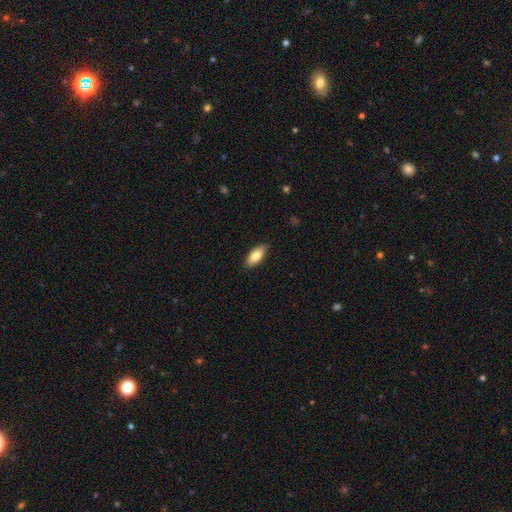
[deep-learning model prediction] Q: Smooth or featured?
A: smooth (78%); runner-up: featured or disk (16%)
Q: How rounded?
A: in between (83%); runner-up: cigar-shaped (14%)
Q: Merging?
A: none (86%); runner-up: minor disturbance (11%)